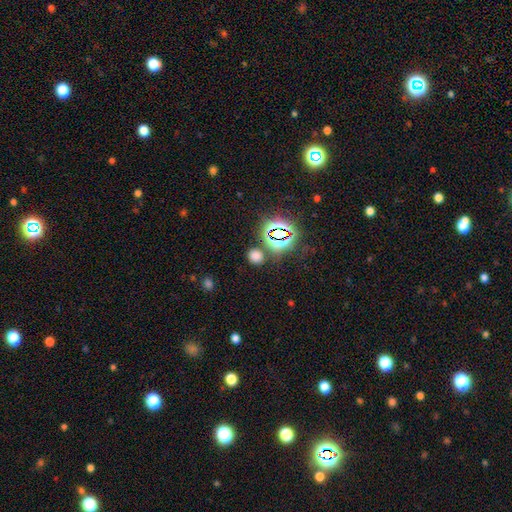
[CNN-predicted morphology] smooth_or_featured: smooth (p=0.61) [alt: star or artifact p=0.33]
how_rounded: round (p=0.76) [alt: in between p=0.23]
merging: none (p=0.82) [alt: minor disturbance p=0.08]